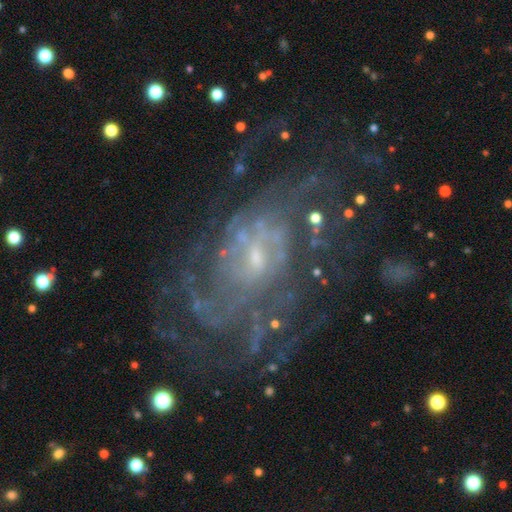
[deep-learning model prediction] Smooth or featured?
  - featured or disk: 84% *
  - star or artifact: 9%
  - smooth: 7%
Edge-on disk?
  - no: 97% *
  - yes: 3%
Bar?
  - no: 49% *
  - weak: 42%
  - strong: 9%
Spiral arms?
  - yes: 89% *
  - no: 11%
Spiral winding?
  - tight: 54% *
  - medium: 33%
  - loose: 13%
Spiral arm count?
  - can't tell: 46% *
  - 4: 14%
  - more than 4: 12%
  - 3: 10%
  - 2: 10%
  - 1: 7%
Bulge size?
  - small: 71% *
  - moderate: 21%
  - none: 6%
  - large: 2%
  - dominant: 1%
Merging?
  - none: 65% *
  - minor disturbance: 17%
  - major disturbance: 16%
  - merger: 3%